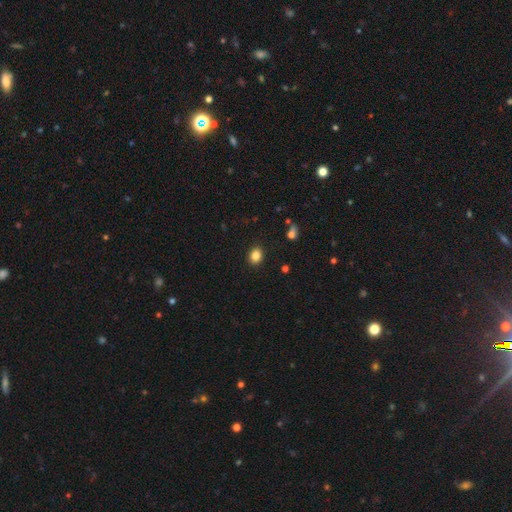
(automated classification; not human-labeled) Q: Smooth or featured?
A: smooth (85%); runner-up: star or artifact (11%)
Q: How rounded?
A: in between (56%); runner-up: round (43%)
Q: Merging?
A: none (89%); runner-up: minor disturbance (7%)